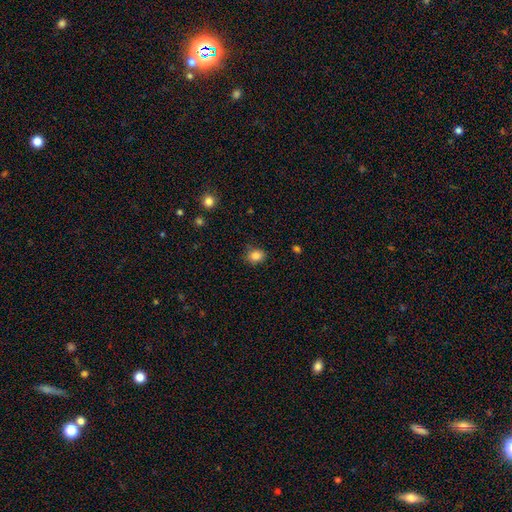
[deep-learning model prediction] A smooth galaxy with no disk features (85%) that is round (55%). Merging: none (81%).